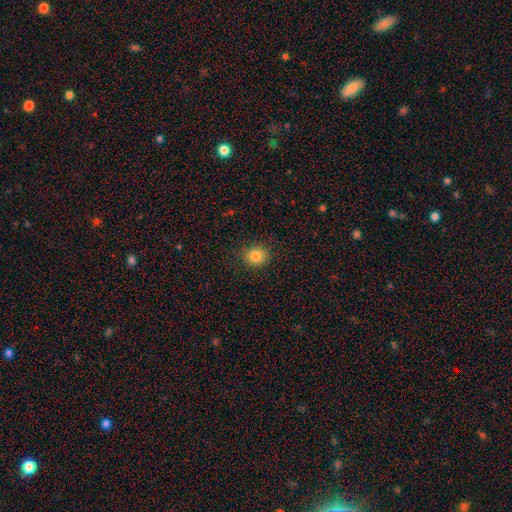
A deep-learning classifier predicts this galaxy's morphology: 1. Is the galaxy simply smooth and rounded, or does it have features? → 84% smooth, 11% star or artifact, 5% featured or disk.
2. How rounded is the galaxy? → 81% round, 19% in between, 1% cigar-shaped.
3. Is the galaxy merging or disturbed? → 88% none, 9% minor disturbance, 3% major disturbance, 1% merger.